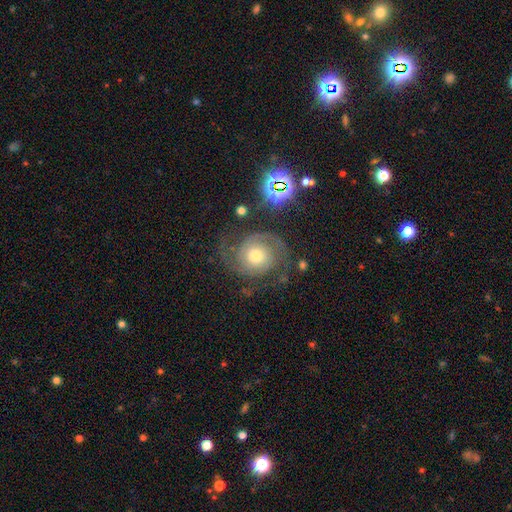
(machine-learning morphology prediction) The model was most divided on "spiral winding": tight: 45%, medium: 43%, loose: 12%. More confident: edge-on disk — no (98%); spiral arms — yes (96%); smooth or featured — featured or disk (82%); spiral arm count — 2 (77%); bar — no (77%); merging — none (70%); bulge size — moderate (66%).